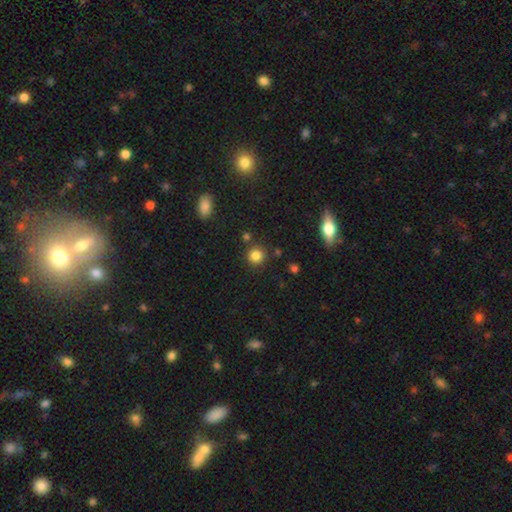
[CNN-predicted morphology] A smooth galaxy with no disk features (83%) that is round (91%).

Vote fractions:
- Smooth or featured? smooth: 83% / star or artifact: 12% / featured or disk: 5%
- How rounded? round: 91% / in between: 8% / cigar-shaped: 1%
- Merging? none: 82% / minor disturbance: 9% / merger: 6% / major disturbance: 3%